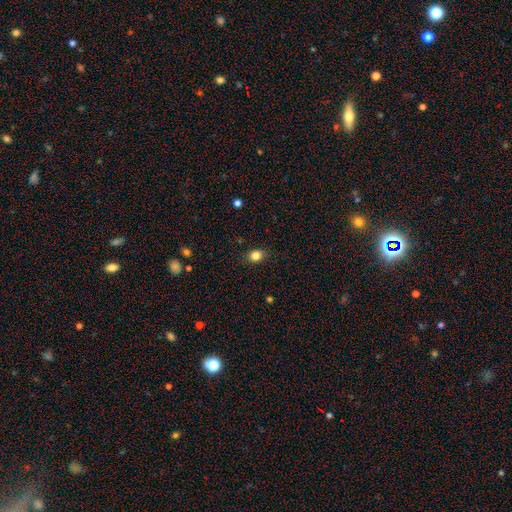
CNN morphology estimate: Overall: smooth (83%). How rounded: in between (50%; round 49%). Merging: none (84%).